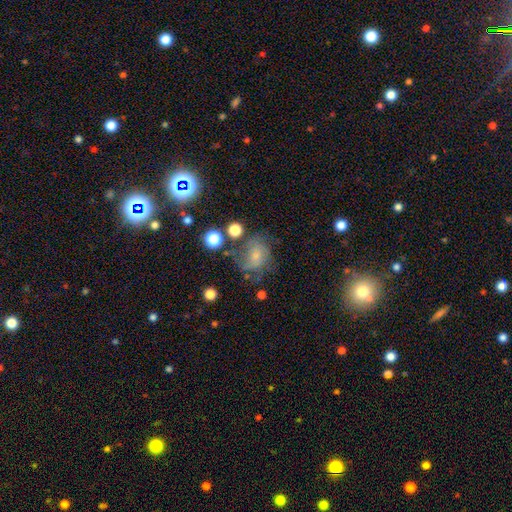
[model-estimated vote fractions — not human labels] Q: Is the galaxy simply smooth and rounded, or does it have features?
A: smooth — 48%.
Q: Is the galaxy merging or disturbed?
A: none — 45%.